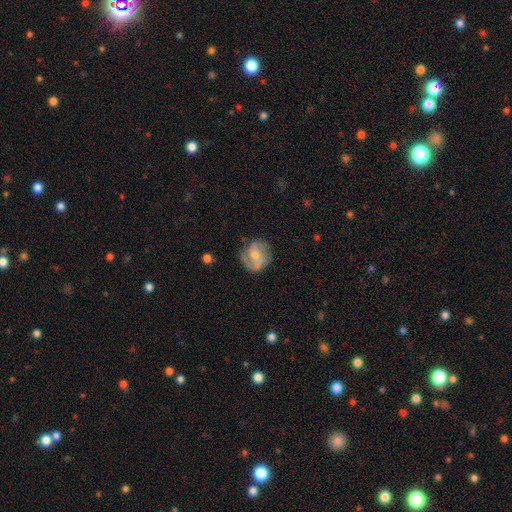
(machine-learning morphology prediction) This appears to be a featured or disk galaxy (66%) with no bar (49%), 2 (60%) medium (46%) spiral arms (84%) and a moderate central bulge (48%). Merging: none (66%).